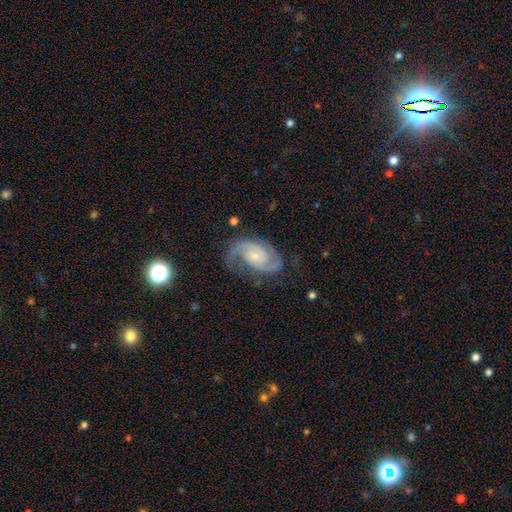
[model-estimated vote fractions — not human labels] A featured or disk galaxy (89%) with no bar (58%), 2 (91%) medium (53%) spiral arms (98%) and a small central bulge (58%).

Vote fractions:
- Smooth or featured? featured or disk: 89% / smooth: 6% / star or artifact: 5%
- Edge-on disk? no: 98% / yes: 2%
- Bar? no: 58% / weak: 34% / strong: 7%
- Spiral arms? yes: 98% / no: 2%
- Spiral winding? medium: 53% / tight: 34% / loose: 13%
- Spiral arm count? 2: 91% / can't tell: 3% / 3: 2% / 1: 2% / 4: 1% / more than 4: 1%
- Bulge size? small: 58% / moderate: 27% / none: 11% / large: 3% / dominant: 1%
- Merging? none: 74% / minor disturbance: 17% / major disturbance: 8% / merger: 1%